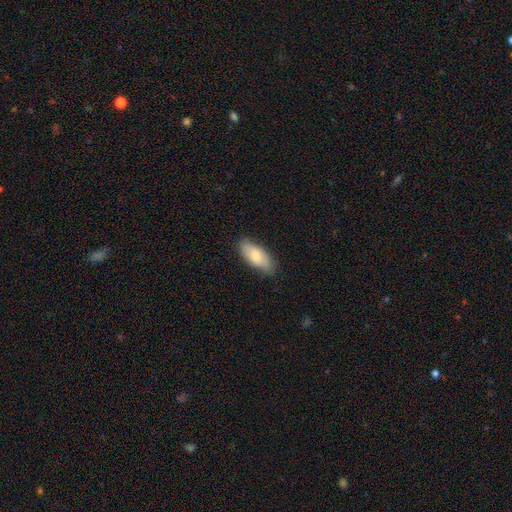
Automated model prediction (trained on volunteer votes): Q: Smooth or featured?
A: smooth (74%); runner-up: featured or disk (20%)
Q: How rounded?
A: in between (86%); runner-up: cigar-shaped (12%)
Q: Merging?
A: none (80%); runner-up: minor disturbance (16%)